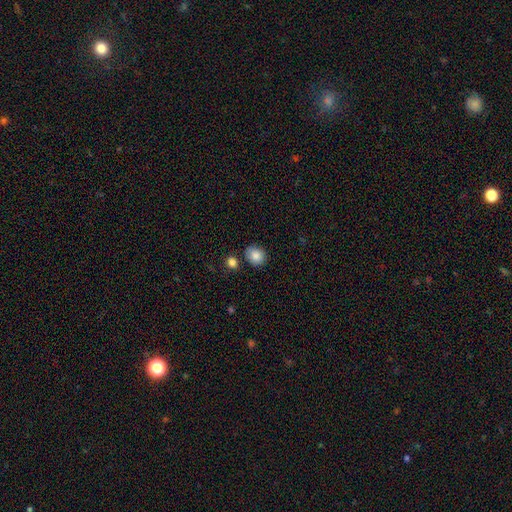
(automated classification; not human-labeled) Overall: smooth (86%). How rounded: round (73%). Merging: none (82%).